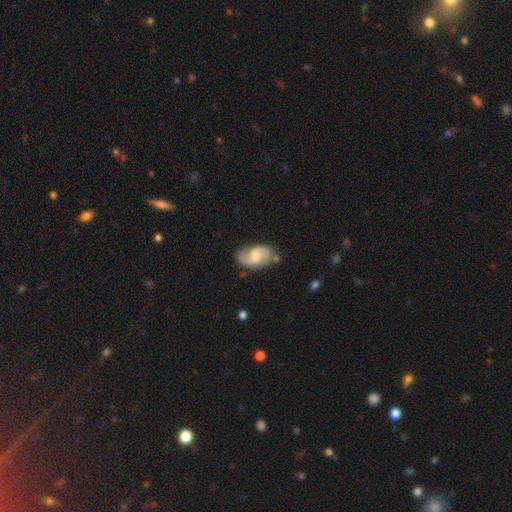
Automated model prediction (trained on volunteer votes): Smooth or featured? featured or disk (76%)
Edge-on disk? no (97%)
Bar? weak (49%)
Spiral arms? yes (95%)
Spiral winding? medium (51%)
Spiral arm count? 2 (89%)
Bulge size? moderate (42%)
Merging? none (71%)